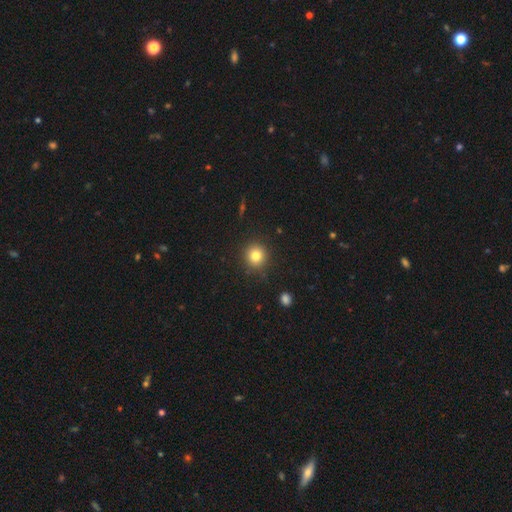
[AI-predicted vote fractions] Q: Smooth or featured?
A: smooth (81%); runner-up: star or artifact (12%)
Q: How rounded?
A: round (91%); runner-up: in between (8%)
Q: Merging?
A: none (89%); runner-up: minor disturbance (7%)